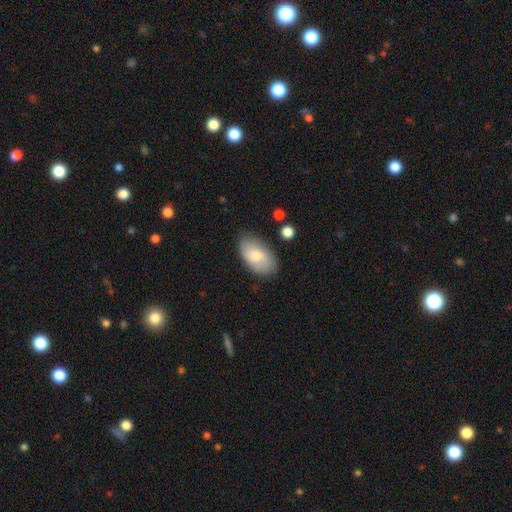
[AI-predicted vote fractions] Overall: smooth (72%). How rounded: in between (94%). Merging: none (80%).